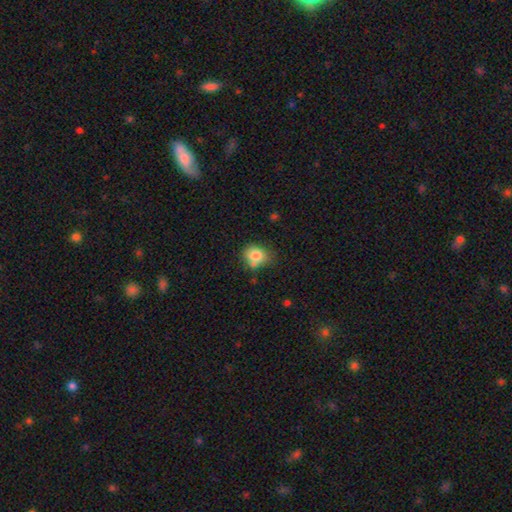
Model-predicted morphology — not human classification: A smooth galaxy with no disk features (81%) that is round (59%).

Vote fractions:
- Smooth or featured? smooth: 81% / star or artifact: 10% / featured or disk: 9%
- How rounded? round: 59% / in between: 40% / cigar-shaped: 1%
- Merging? none: 59% / minor disturbance: 23% / merger: 12% / major disturbance: 6%